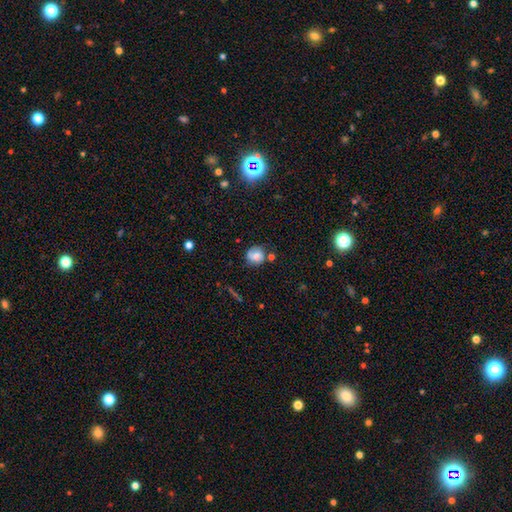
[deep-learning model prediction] Q: Smooth or featured?
A: smooth (62%); runner-up: featured or disk (27%)
Q: How rounded?
A: round (81%); runner-up: in between (18%)
Q: Merging?
A: none (63%); runner-up: minor disturbance (23%)